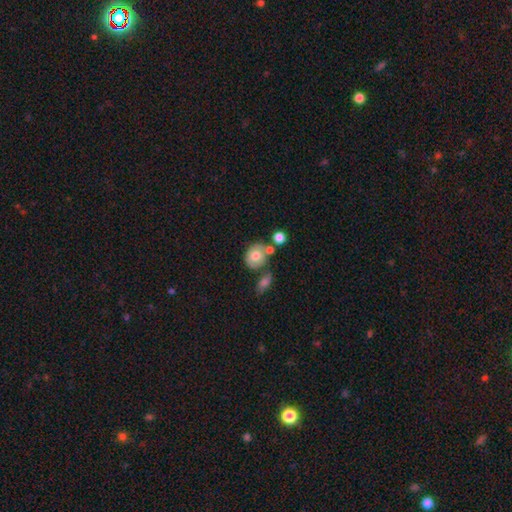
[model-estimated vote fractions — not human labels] Overall: smooth (69%). How rounded: round (64%; in between 35%). Merging: none (51%; merger 25%).